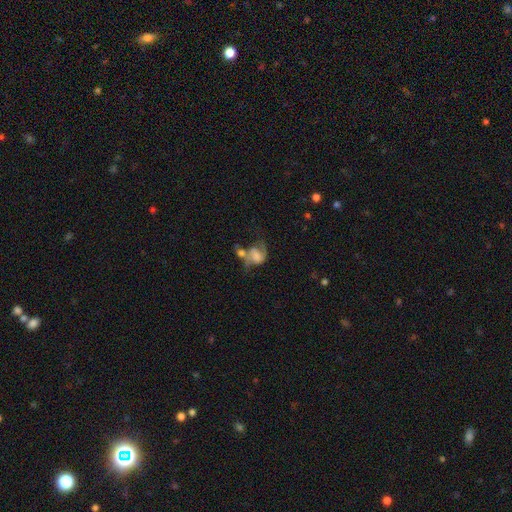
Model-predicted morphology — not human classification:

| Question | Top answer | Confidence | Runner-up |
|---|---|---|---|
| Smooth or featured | featured or disk | 56% | smooth (35%) |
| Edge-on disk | no | 97% | yes (3%) |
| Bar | no | 60% | weak (30%) |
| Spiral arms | yes | 76% | no (24%) |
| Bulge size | none | 33% | moderate (25%) |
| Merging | merger | 36% | major disturbance (25%) |